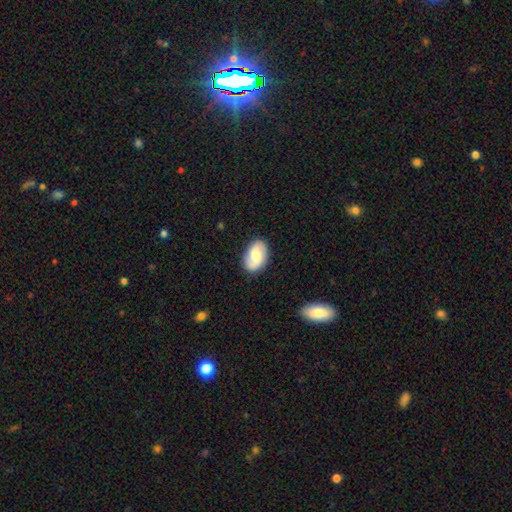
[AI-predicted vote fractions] This is possibly a featured or disk galaxy (47%, tied with smooth). Merging: clearly none (84%).